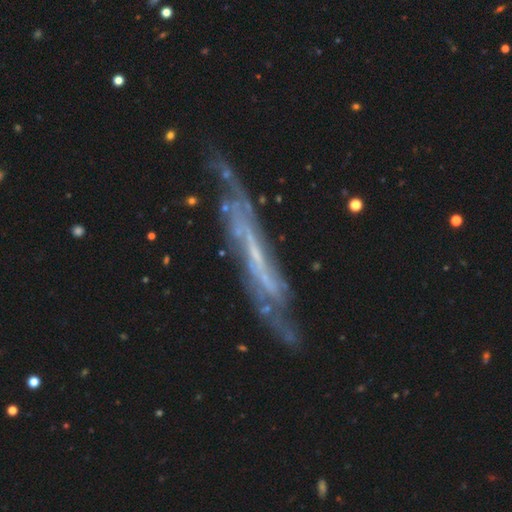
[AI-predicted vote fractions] Overall: featured or disk (78%). Edge-on disk: yes (53%; no 47%). Merging: none (63%).